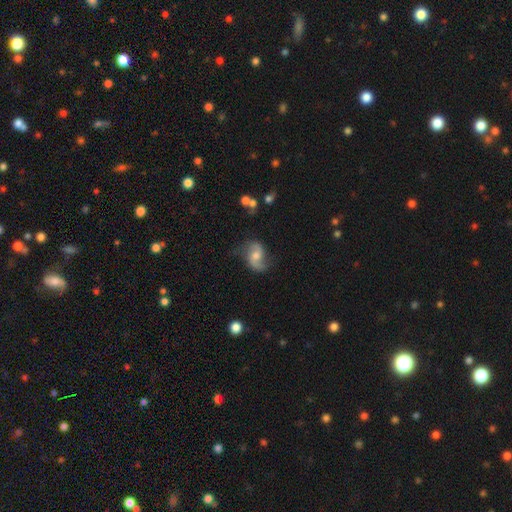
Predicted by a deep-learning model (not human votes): featured or disk 77%, smooth 16%, star or artifact 7%. Down the decision tree: edge-on disk — no (97%); bar — no (52%); spiral arms — yes (94%); spiral arm count — 2 (89%); spiral winding — loose (62%); bulge size — moderate (56%); merging — none (68%).